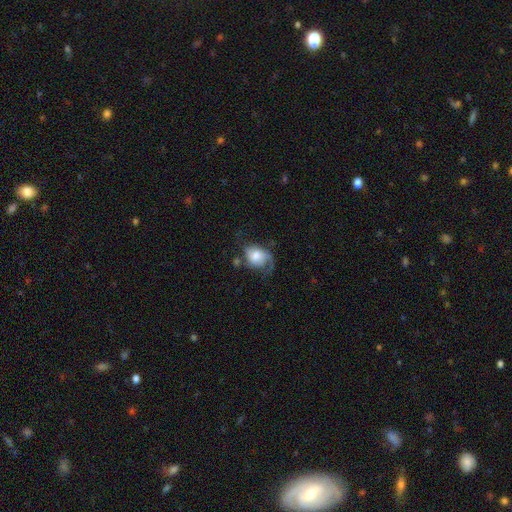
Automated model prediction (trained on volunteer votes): This appears to be a featured or disk galaxy (55%) with no bar (67%), spiral arms (85%) and a moderate central bulge (50%). Merging: none (38%).